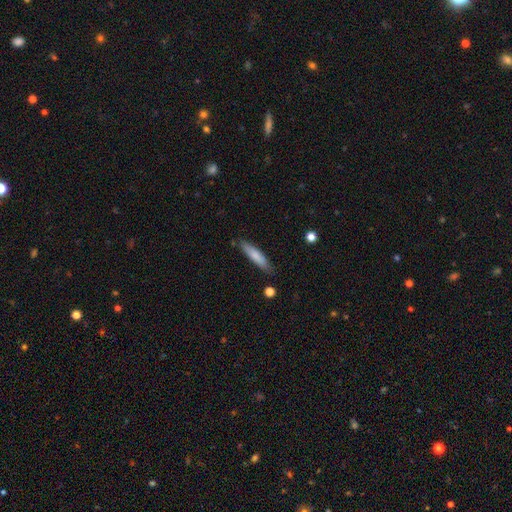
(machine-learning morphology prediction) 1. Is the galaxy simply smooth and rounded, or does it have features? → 77% smooth, 17% featured or disk, 6% star or artifact.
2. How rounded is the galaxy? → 82% cigar-shaped, 17% in between, 1% round.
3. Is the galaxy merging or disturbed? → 82% none, 14% minor disturbance, 2% major disturbance, 2% merger.